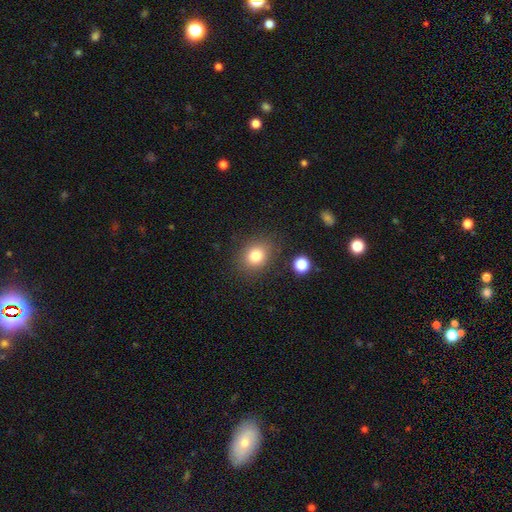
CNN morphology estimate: Smooth or featured? Predicted: smooth (p=0.80). How rounded? Predicted: round (p=0.65). Merging? Predicted: none (p=0.82).